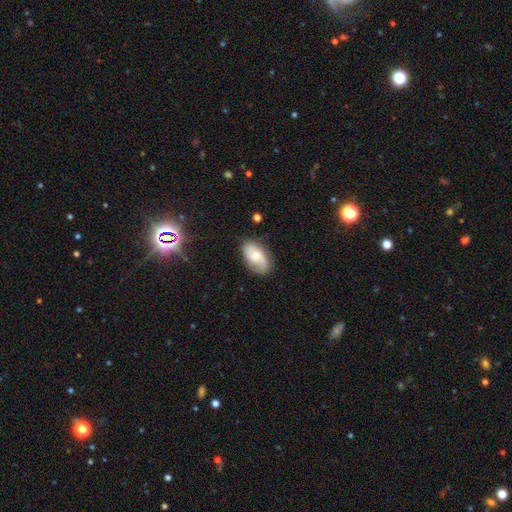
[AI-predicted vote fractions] smooth 49%, featured or disk 44%, star or artifact 7%. Down the decision tree: merging — none (74%).